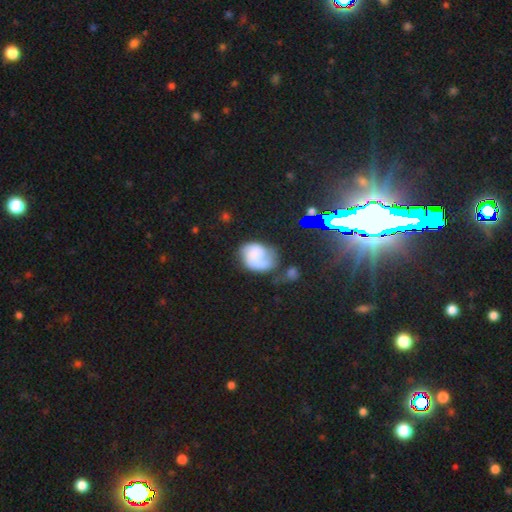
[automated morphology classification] Smooth or featured?
  - smooth: 47% *
  - featured or disk: 42%
  - star or artifact: 11%
Merging?
  - none: 33% *
  - major disturbance: 30%
  - minor disturbance: 27%
  - merger: 10%